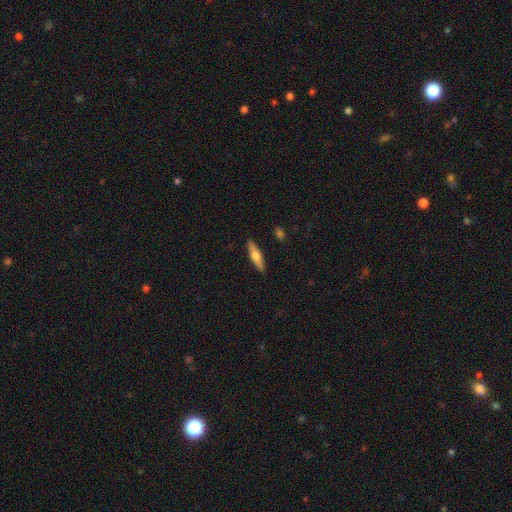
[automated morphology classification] smooth 49%, featured or disk 46%, star or artifact 6%. Down the decision tree: merging — none (90%).